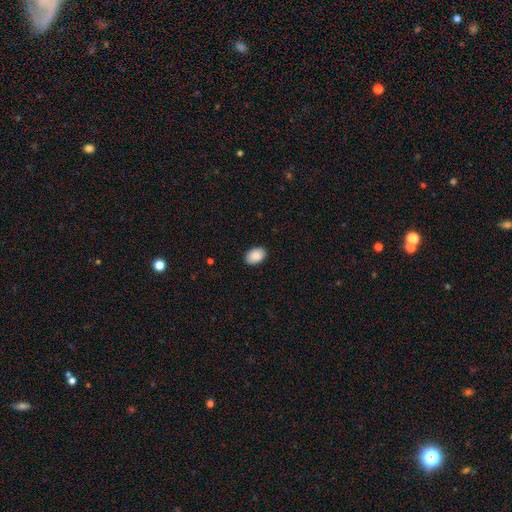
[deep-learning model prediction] Smooth or featured? smooth (90%)
How rounded? in between (86%)
Merging? none (90%)